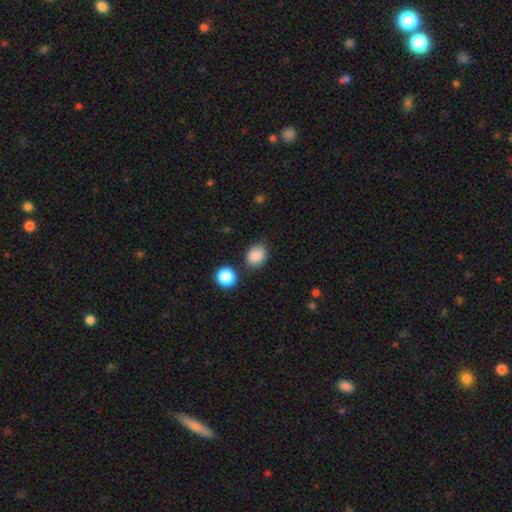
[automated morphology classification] Q: Smooth or featured?
A: smooth (87%); runner-up: star or artifact (9%)
Q: How rounded?
A: in between (61%); runner-up: round (38%)
Q: Merging?
A: none (78%); runner-up: minor disturbance (13%)